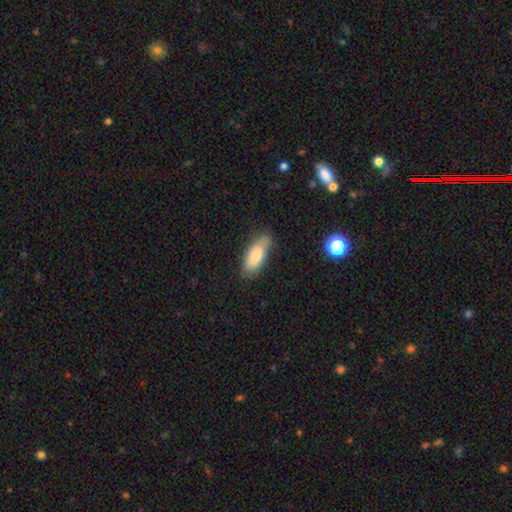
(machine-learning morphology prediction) The model was most divided on "merging": none: 71%, minor disturbance: 23%, major disturbance: 4%, merger: 2%. More confident: smooth or featured — smooth (80%); how rounded — in between (77%).